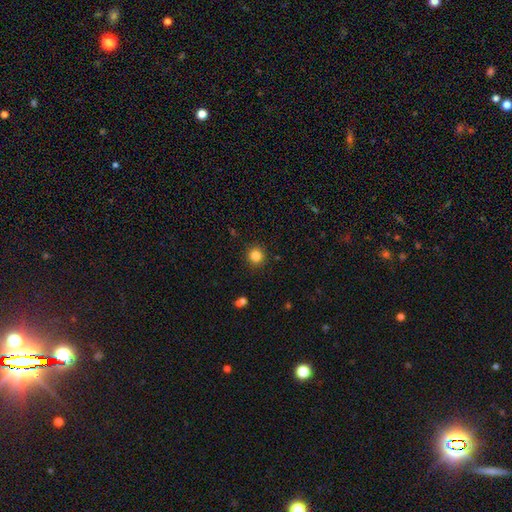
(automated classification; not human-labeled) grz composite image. It shows a smooth galaxy with no disk features (83%) that is round (93%). Merging: none (90%).